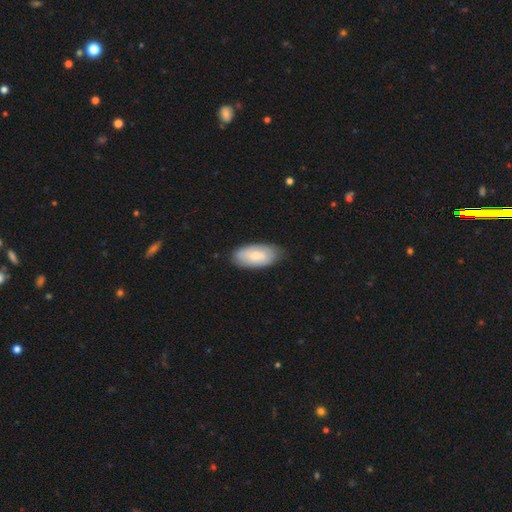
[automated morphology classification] Overall: smooth (65%; featured or disk 29%). How rounded: in between (93%). Merging: none (78%).